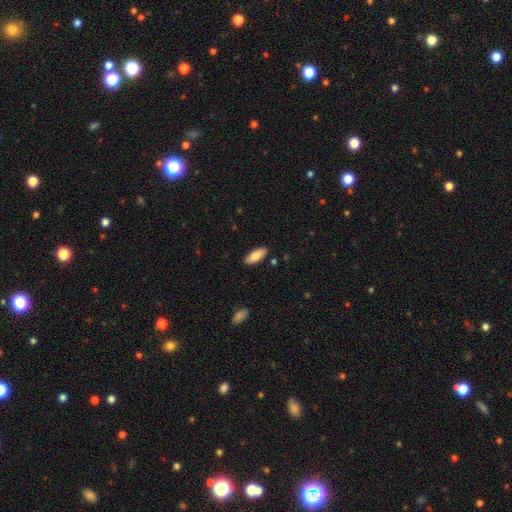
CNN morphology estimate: This appears to be a smooth galaxy with no disk features (86%) that is in between round and cigar-shaped (80%). Merging: none (88%).